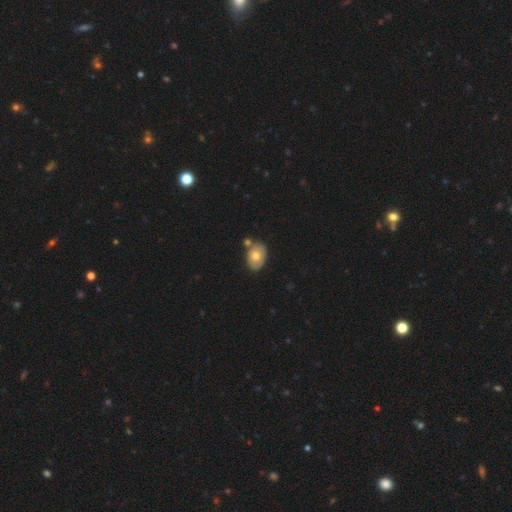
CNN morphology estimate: The model was most divided on "smooth or featured": smooth: 67%, featured or disk: 26%, star or artifact: 7%. More confident: how rounded — in between (81%); merging — none (63%).